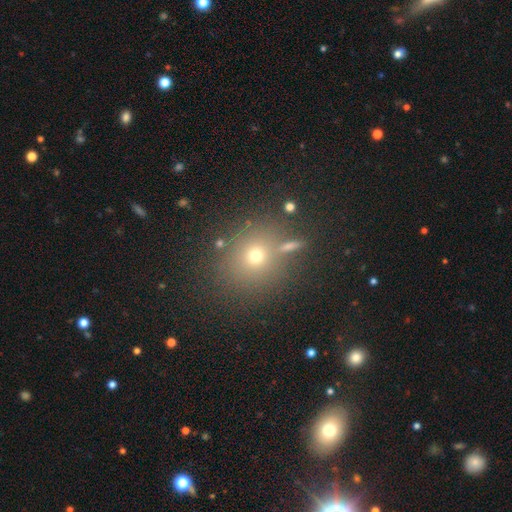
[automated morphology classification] Overall: smooth (66%). How rounded: round (81%). Merging: none (78%).